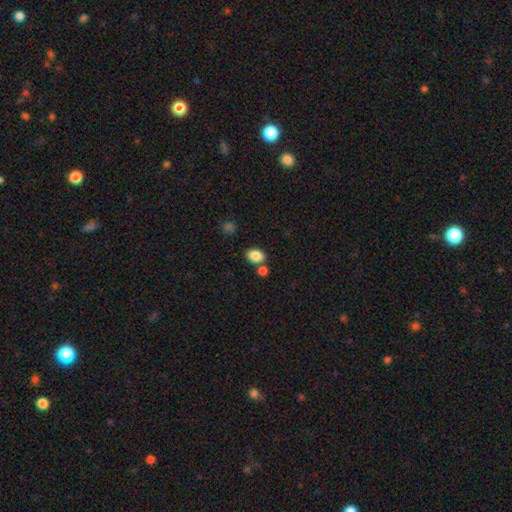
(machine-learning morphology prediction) Q: Smooth or featured?
A: smooth (85%); runner-up: star or artifact (9%)
Q: How rounded?
A: in between (69%); runner-up: round (30%)
Q: Merging?
A: none (68%); runner-up: merger (19%)